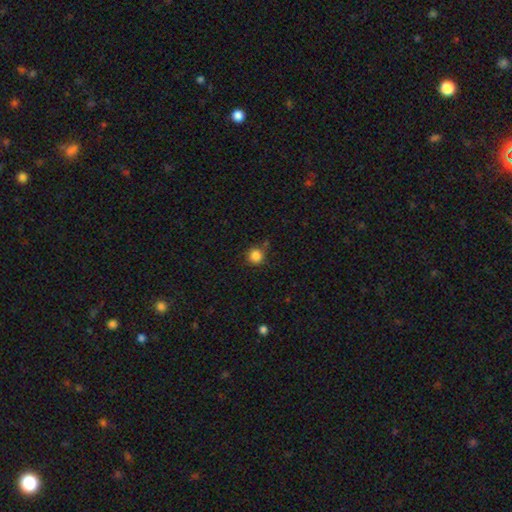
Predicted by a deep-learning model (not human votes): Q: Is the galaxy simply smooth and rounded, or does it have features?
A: smooth — 85%.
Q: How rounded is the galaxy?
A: round — 94%.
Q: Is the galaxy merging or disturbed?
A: none — 77%.